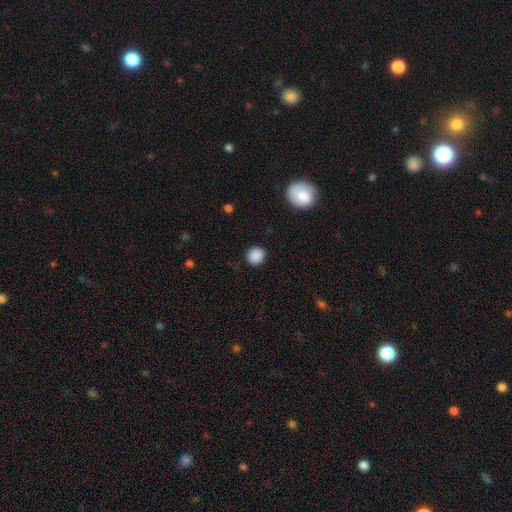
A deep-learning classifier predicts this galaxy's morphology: Overall: smooth (88%). How rounded: round (85%). Merging: none (89%).